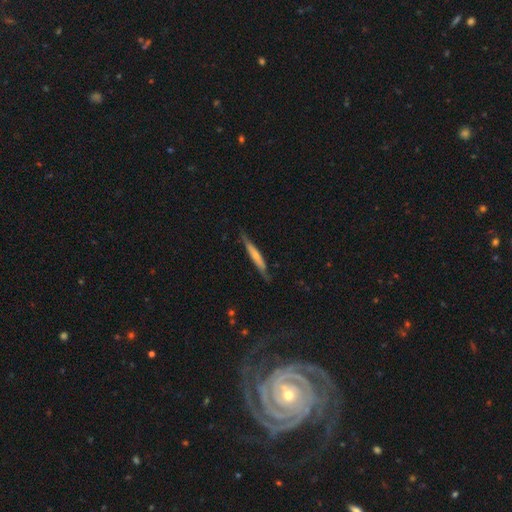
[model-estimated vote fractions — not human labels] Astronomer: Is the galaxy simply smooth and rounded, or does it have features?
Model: smooth — 52% (runner-up: featured or disk, 42%).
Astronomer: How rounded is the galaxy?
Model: cigar-shaped — 94%.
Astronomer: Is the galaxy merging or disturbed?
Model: none — 77%.